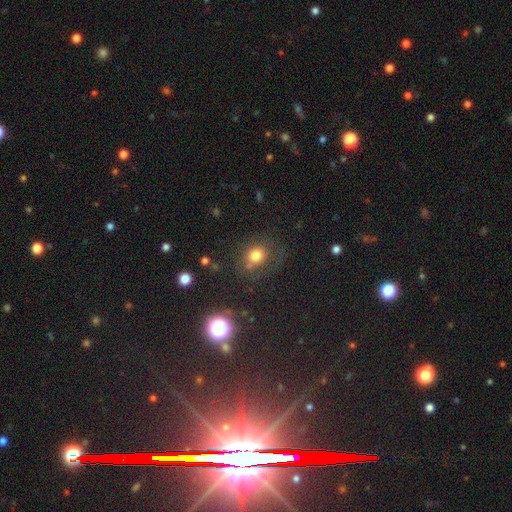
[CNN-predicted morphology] smooth_or_featured: smooth (p=0.71) [alt: star or artifact p=0.17]
how_rounded: round (p=0.68) [alt: in between p=0.31]
merging: none (p=0.67) [alt: minor disturbance p=0.17]